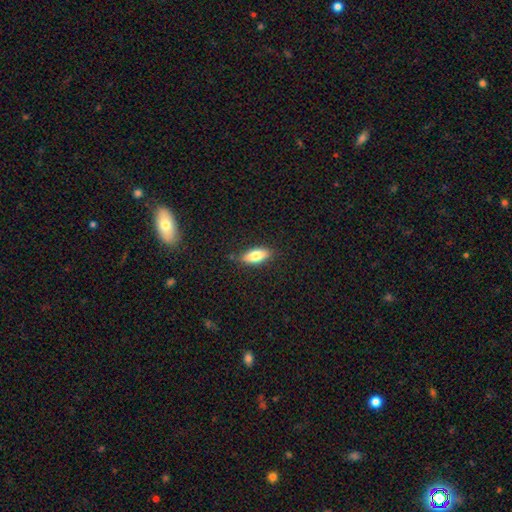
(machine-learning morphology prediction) A smooth galaxy with no disk features (76%) that is in between round and cigar-shaped (77%).

Vote fractions:
- Smooth or featured? smooth: 76% / featured or disk: 17% / star or artifact: 7%
- How rounded? in between: 77% / cigar-shaped: 20% / round: 3%
- Merging? none: 85% / minor disturbance: 12% / major disturbance: 2% / merger: 1%